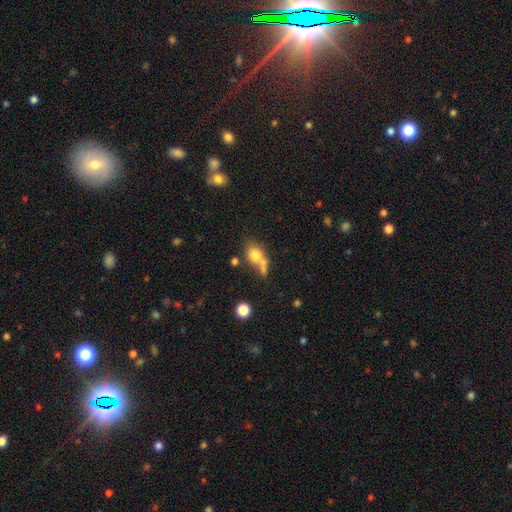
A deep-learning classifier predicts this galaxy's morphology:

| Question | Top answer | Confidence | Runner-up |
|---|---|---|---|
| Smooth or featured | smooth | 74% | featured or disk (16%) |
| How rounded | in between | 50% | round (46%) |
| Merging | merger | 40% | none (37%) |